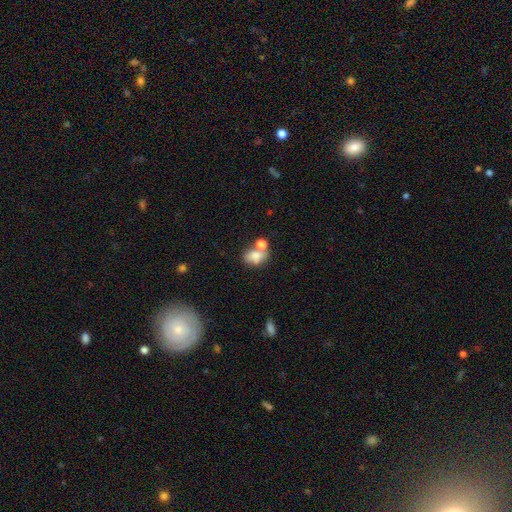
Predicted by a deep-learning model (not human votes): A smooth galaxy with no disk features (73%) that is in between round and cigar-shaped (69%). Merging: merger (41%).